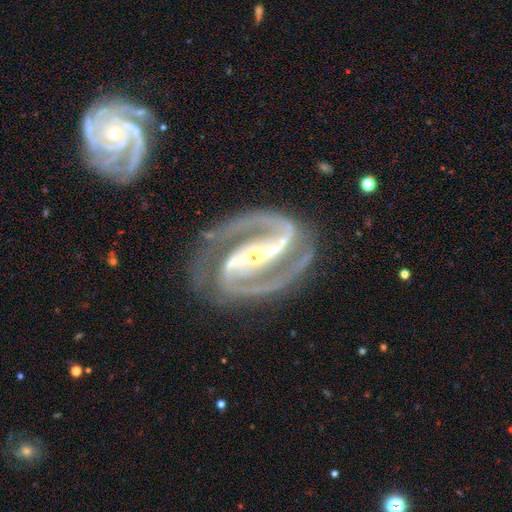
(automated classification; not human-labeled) This is clearly a featured or disk galaxy (94%). It is clearly not viewed edge-on (97%). Bar: likely strong (78%). Spiral arm pattern: clearly yes (99%). Spiral arm count: clearly 2 (92%). Spiral winding: possibly medium (58%). Central bulge: possibly small (48%). Merging: likely none (79%).